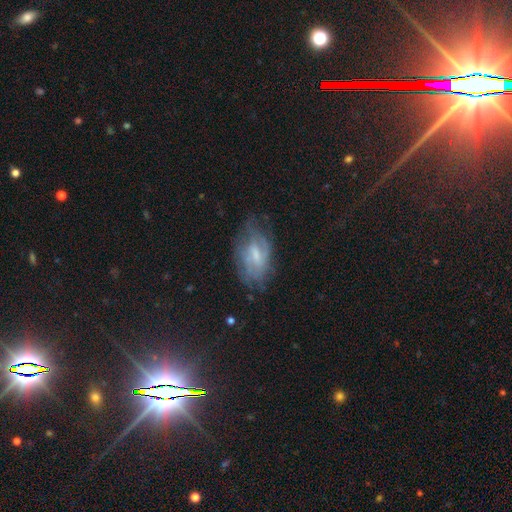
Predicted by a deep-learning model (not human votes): The model was most divided on "bulge size": small: 39%, moderate: 37%, none: 18%, large: 5%, dominant: 1%. More confident: edge-on disk — no (92%); spiral arms — yes (69%); smooth or featured — featured or disk (60%); merging — none (56%); bar — weak (53%).